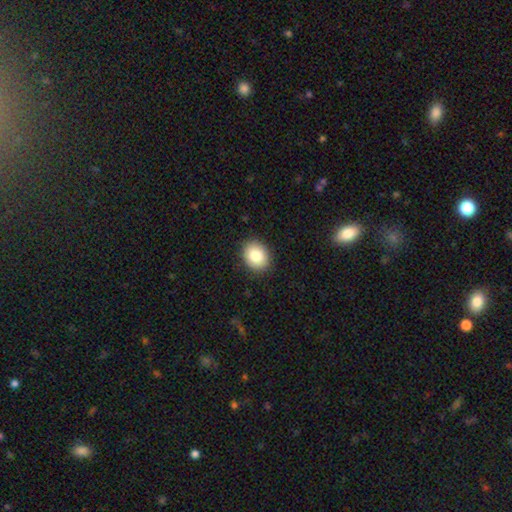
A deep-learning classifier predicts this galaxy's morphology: Smooth or featured? smooth (83%)
How rounded? round (52%)
Merging? none (90%)